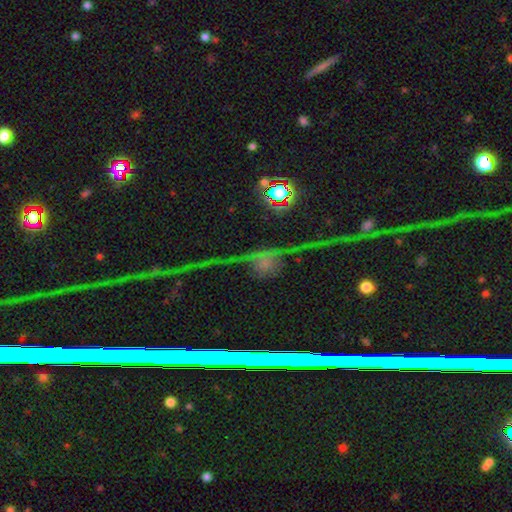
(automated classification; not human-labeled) The model was most divided on "smooth or featured": star or artifact: 44%, featured or disk: 41%, smooth: 15%.